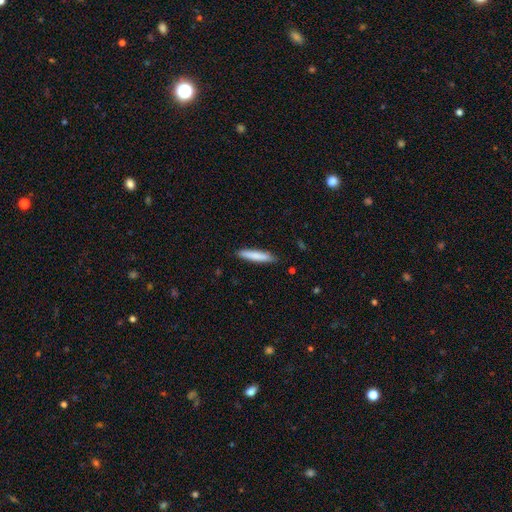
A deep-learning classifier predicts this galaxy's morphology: A smooth galaxy with no disk features (81%) that is cigar-shaped (90%).

Vote fractions:
- Smooth or featured? smooth: 81% / featured or disk: 14% / star or artifact: 6%
- How rounded? cigar-shaped: 90% / in between: 9% / round: 1%
- Merging? none: 88% / minor disturbance: 9% / major disturbance: 2% / merger: 1%